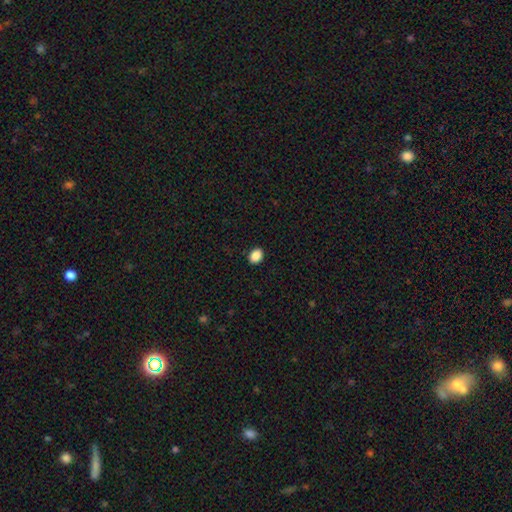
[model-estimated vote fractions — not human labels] Smooth or featured?
  - smooth: 88% *
  - star or artifact: 9%
  - featured or disk: 3%
How rounded?
  - in between: 62% *
  - round: 37%
  - cigar-shaped: 1%
Merging?
  - none: 90% *
  - minor disturbance: 7%
  - major disturbance: 2%
  - merger: 1%